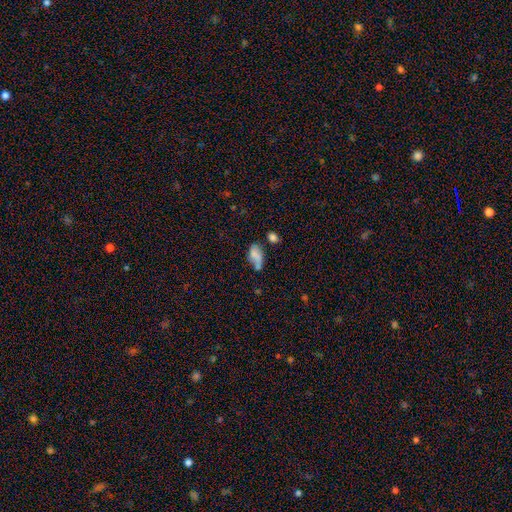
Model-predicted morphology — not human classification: Smooth or featured: smooth — 68% (featured or disk — 21%)
How rounded: in between — 90% (round — 6%)
Merging: none — 38% (minor disturbance — 28%)